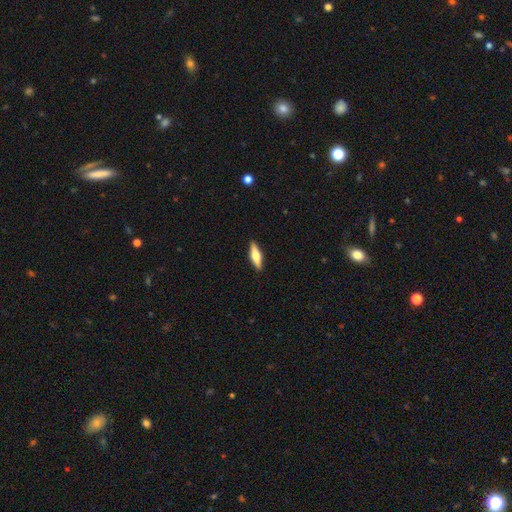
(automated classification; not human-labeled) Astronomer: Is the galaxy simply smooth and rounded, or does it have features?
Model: smooth — 55% (runner-up: featured or disk, 40%).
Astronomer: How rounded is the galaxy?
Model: cigar-shaped — 58% (runner-up: in between, 39%).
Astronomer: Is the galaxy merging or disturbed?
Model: none — 89%.